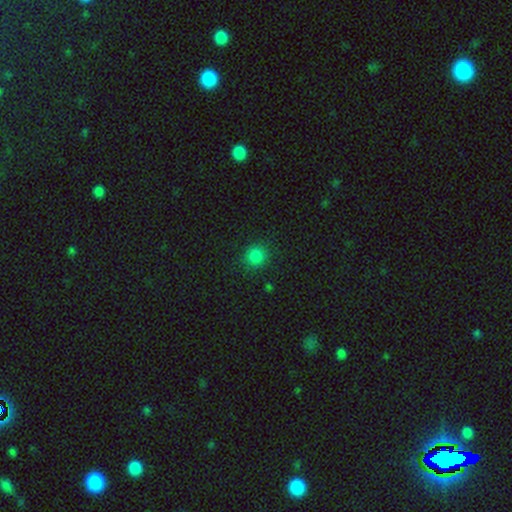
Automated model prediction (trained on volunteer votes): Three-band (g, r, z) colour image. It shows a smooth galaxy with no disk features (82%) that is round (87%). Merging: none (86%).